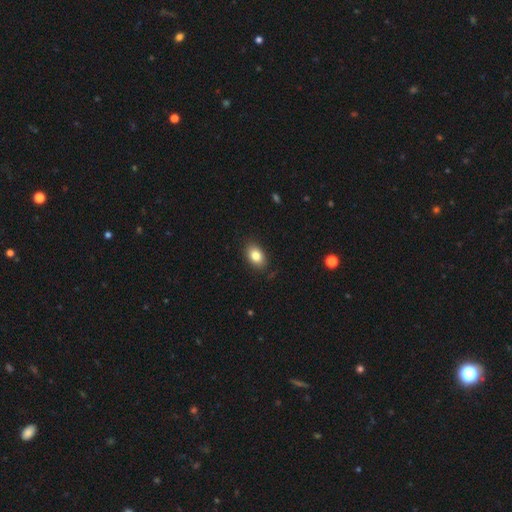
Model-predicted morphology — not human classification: Q: Smooth or featured?
A: smooth (83%); runner-up: star or artifact (9%)
Q: How rounded?
A: in between (84%); runner-up: round (14%)
Q: Merging?
A: none (86%); runner-up: minor disturbance (10%)